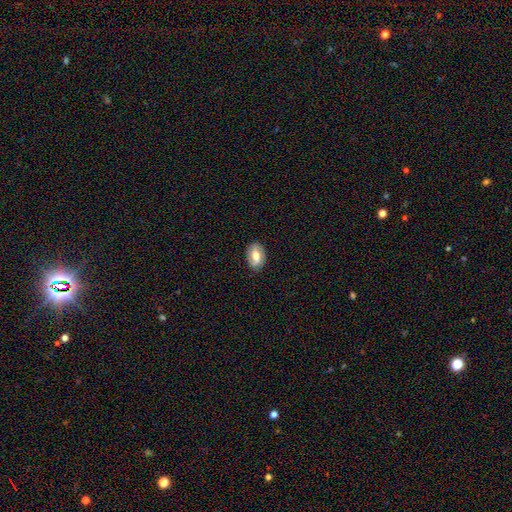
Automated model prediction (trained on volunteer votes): Smooth or featured?
  - smooth: 48% *
  - featured or disk: 45%
  - star or artifact: 8%
Merging?
  - none: 84% *
  - minor disturbance: 12%
  - major disturbance: 3%
  - merger: 1%